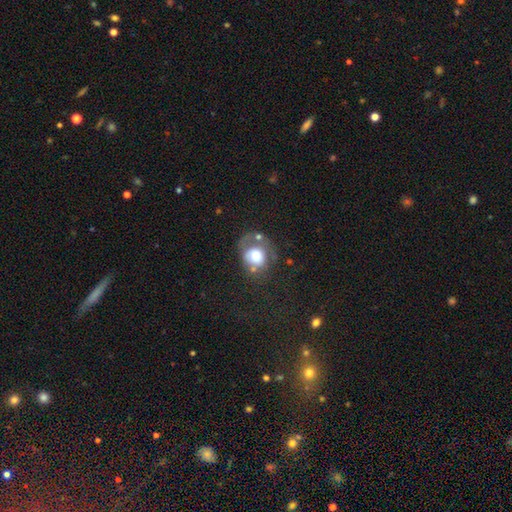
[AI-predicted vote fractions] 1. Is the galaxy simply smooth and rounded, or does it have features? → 59% smooth, 32% featured or disk, 10% star or artifact.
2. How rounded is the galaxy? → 67% round, 32% in between, 1% cigar-shaped.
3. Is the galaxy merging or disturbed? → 32% none, 30% major disturbance, 23% minor disturbance, 15% merger.